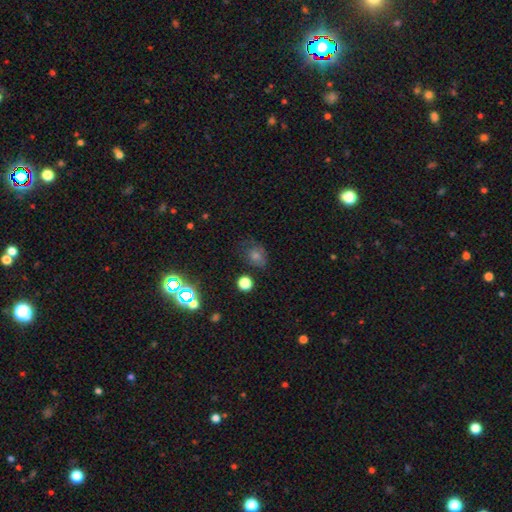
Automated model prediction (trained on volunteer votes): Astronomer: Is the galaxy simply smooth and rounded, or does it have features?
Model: smooth — 48% (runner-up: star or artifact, 34%).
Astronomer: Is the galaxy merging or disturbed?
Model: none — 68%.